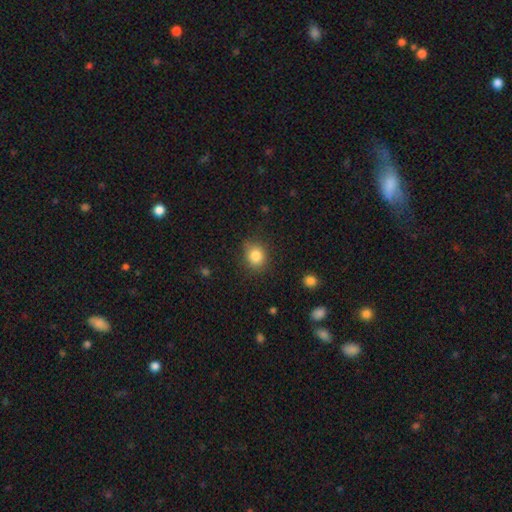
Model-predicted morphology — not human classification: smooth-or-featured: smooth: 83% | star or artifact: 10% | featured or disk: 6%
  how-rounded: round: 66% | in between: 33% | cigar-shaped: 1%
  merging: none: 79% | minor disturbance: 15% | major disturbance: 4% | merger: 1%